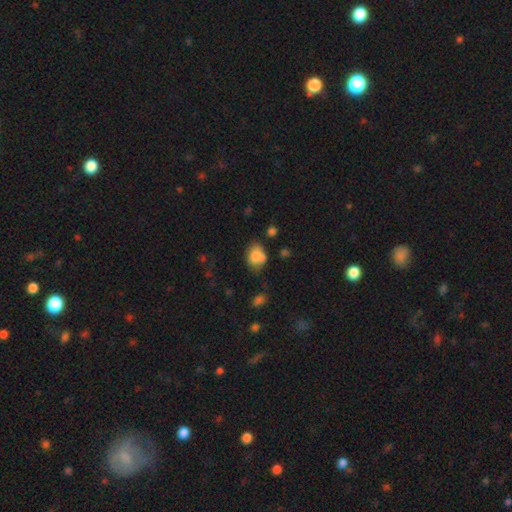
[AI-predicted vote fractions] smooth_or_featured: smooth (p=0.77) [alt: featured or disk p=0.13]
how_rounded: in between (p=0.65) [alt: round p=0.34]
merging: none (p=0.47) [alt: merger p=0.24]